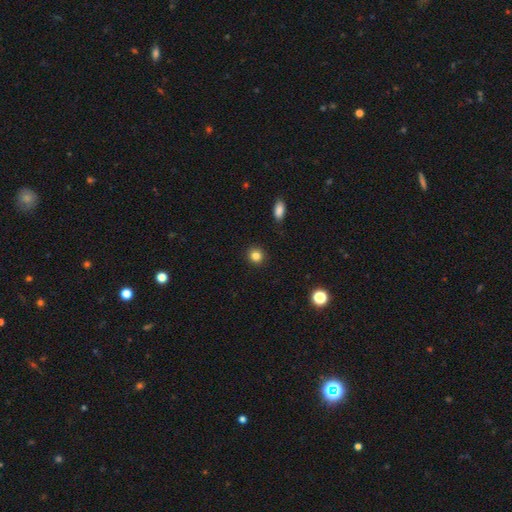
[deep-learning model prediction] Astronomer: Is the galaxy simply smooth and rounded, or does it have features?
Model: smooth — 84%.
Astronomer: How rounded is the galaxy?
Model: round — 89%.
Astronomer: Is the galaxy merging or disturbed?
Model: none — 91%.